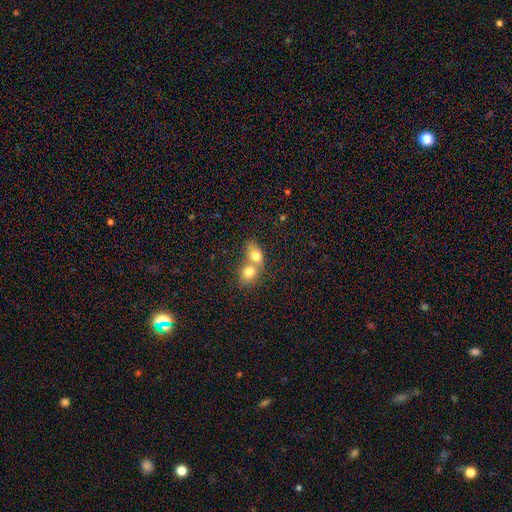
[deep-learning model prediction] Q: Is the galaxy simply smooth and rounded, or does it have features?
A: smooth — 76%.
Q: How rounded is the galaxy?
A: in between — 64%.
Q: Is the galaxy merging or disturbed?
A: merger — 74%.